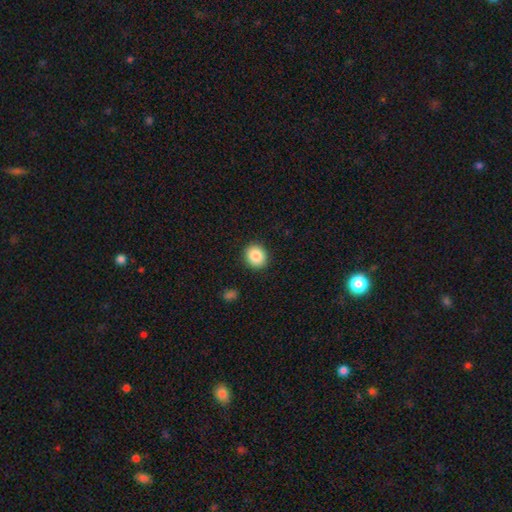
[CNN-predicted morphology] A smooth galaxy with no disk features (87%) that is round (74%).

Vote fractions:
- Smooth or featured? smooth: 87% / star or artifact: 8% / featured or disk: 5%
- How rounded? round: 74% / in between: 25% / cigar-shaped: 1%
- Merging? none: 91% / minor disturbance: 6% / major disturbance: 2% / merger: 1%